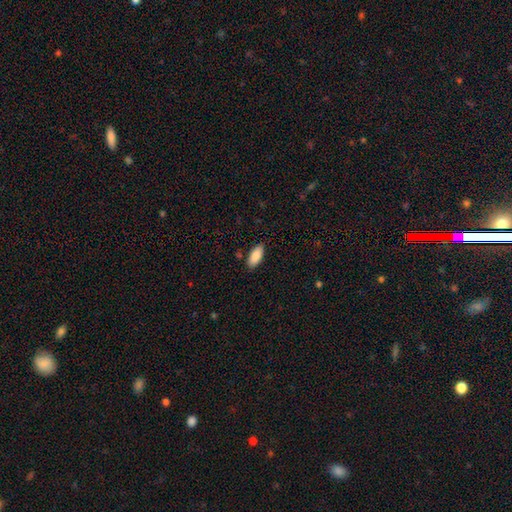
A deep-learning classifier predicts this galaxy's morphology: A smooth galaxy with no disk features (88%) that is in between round and cigar-shaped (89%). Merging: none (86%).